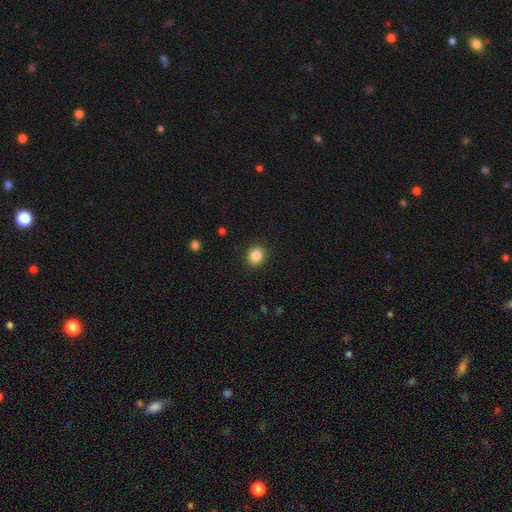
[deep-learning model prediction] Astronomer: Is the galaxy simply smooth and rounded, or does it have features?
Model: smooth — 85%.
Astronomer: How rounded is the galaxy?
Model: round — 78%.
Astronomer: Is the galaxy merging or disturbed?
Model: none — 91%.